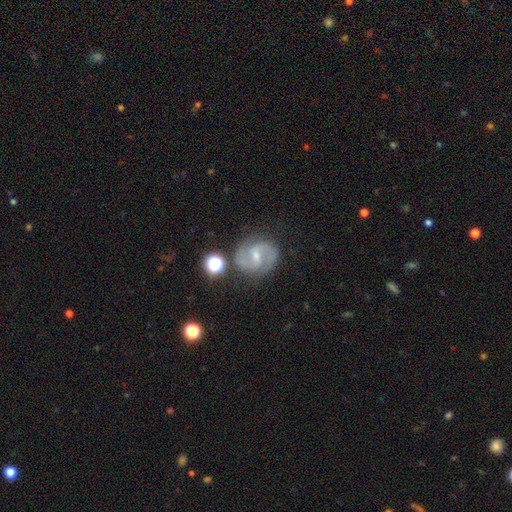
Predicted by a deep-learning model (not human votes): The model was most divided on "bar": weak: 54%, no: 23%, strong: 23%. More confident: edge-on disk — no (98%); spiral arms — yes (95%); spiral arm count — 2 (90%); smooth or featured — featured or disk (82%); merging — none (78%); bulge size — small (63%); spiral winding — medium (56%).